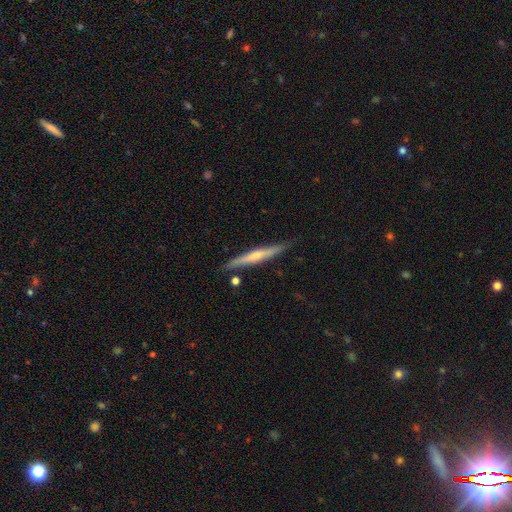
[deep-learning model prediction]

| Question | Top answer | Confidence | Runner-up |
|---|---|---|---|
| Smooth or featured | featured or disk | 56% | smooth (39%) |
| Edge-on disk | yes | 96% | no (4%) |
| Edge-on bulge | rounded | 56% | none (36%) |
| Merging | none | 85% | minor disturbance (11%) |